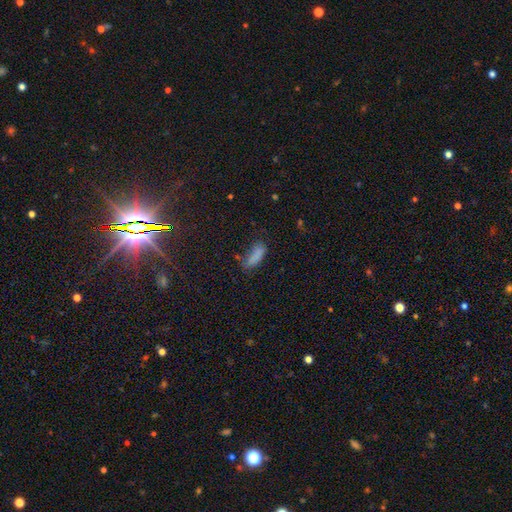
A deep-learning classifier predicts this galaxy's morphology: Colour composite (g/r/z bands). It shows a smooth galaxy with no disk features (80%) that is in between round and cigar-shaped (67%). Merging: none (51%).